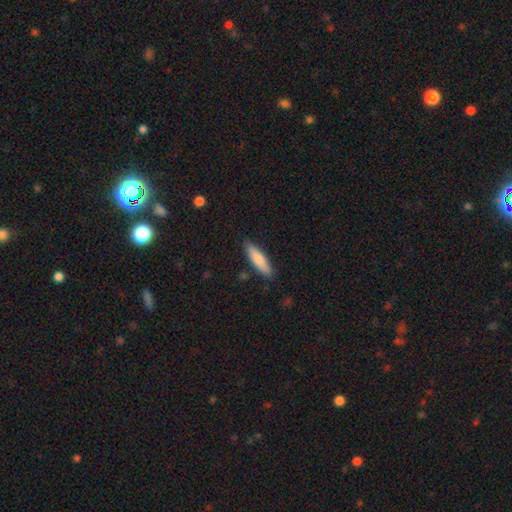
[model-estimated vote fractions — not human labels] Overall: smooth (80%). How rounded: cigar-shaped (73%). Merging: none (87%).